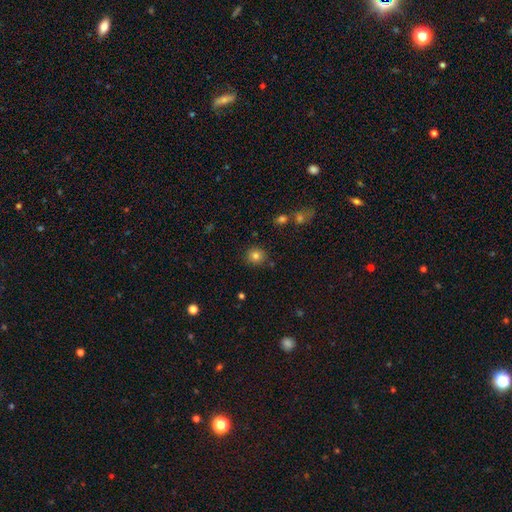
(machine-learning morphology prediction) Smooth or featured? smooth (80%)
How rounded? round (89%)
Merging? none (87%)